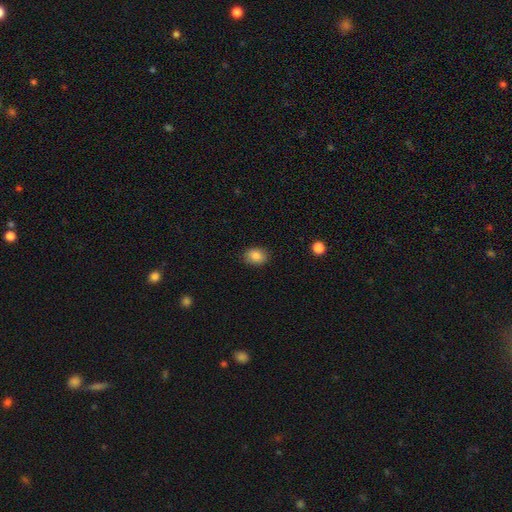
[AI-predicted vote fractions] A smooth galaxy with no disk features (85%) that is in between round and cigar-shaped (67%). Merging: none (87%).